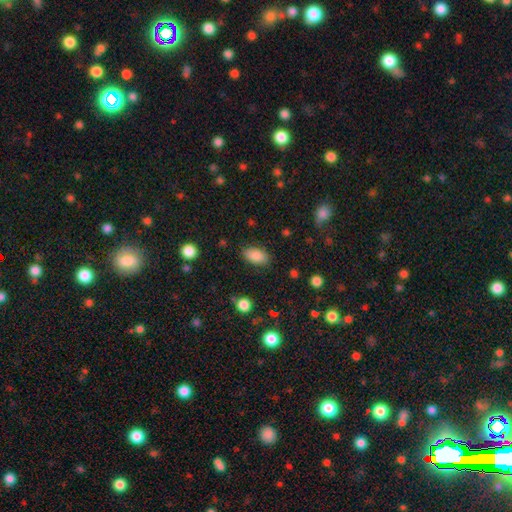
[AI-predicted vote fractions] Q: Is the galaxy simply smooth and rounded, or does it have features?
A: smooth — 86%.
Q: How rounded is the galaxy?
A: in between — 92%.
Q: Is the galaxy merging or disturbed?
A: none — 84%.